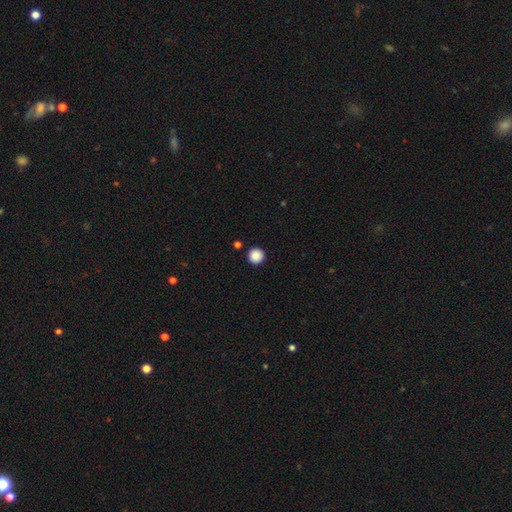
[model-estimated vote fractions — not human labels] smooth_or_featured: smooth (p=0.89) [alt: star or artifact p=0.09]
how_rounded: round (p=0.96) [alt: in between p=0.03]
merging: none (p=0.93) [alt: minor disturbance p=0.04]